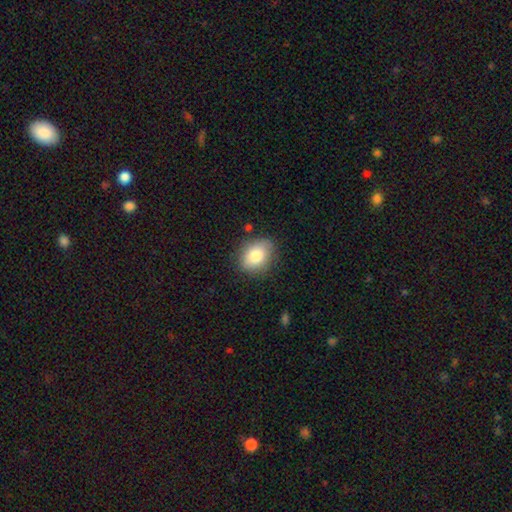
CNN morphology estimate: Smooth or featured? smooth (82%)
How rounded? in between (69%)
Merging? none (80%)